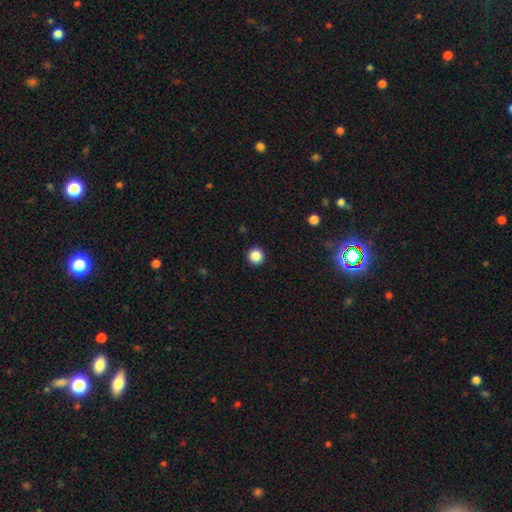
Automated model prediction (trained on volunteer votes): Smooth or featured: smooth — 87% (star or artifact — 10%)
How rounded: round — 96% (in between — 3%)
Merging: none — 93% (minor disturbance — 4%)